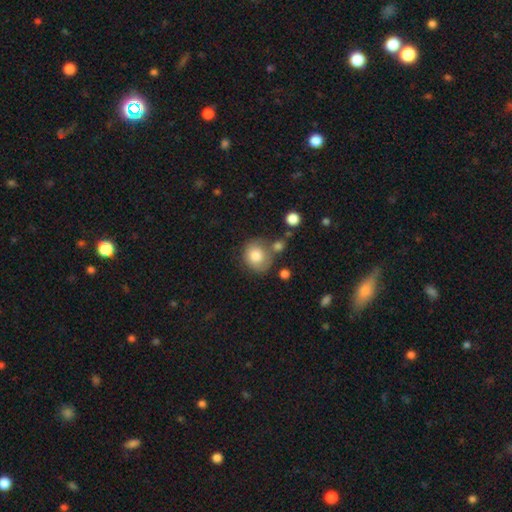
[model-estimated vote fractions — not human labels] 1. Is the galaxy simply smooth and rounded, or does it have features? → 81% smooth, 11% featured or disk, 8% star or artifact.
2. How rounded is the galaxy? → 79% round, 20% in between, 1% cigar-shaped.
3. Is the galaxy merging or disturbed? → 57% none, 20% minor disturbance, 15% merger, 8% major disturbance.